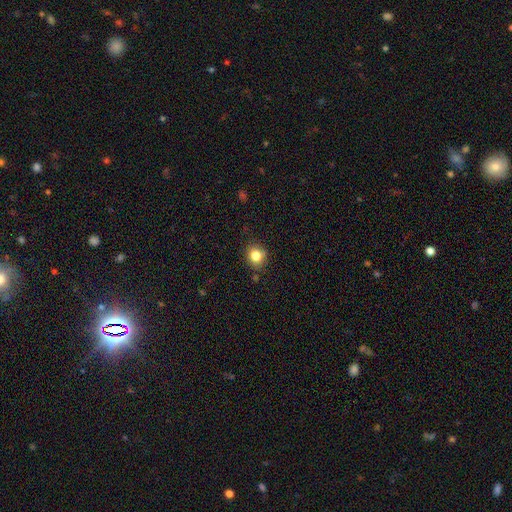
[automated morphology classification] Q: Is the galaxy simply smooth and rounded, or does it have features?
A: smooth — 82%.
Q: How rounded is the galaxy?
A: round — 80%.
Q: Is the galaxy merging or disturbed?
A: none — 84%.